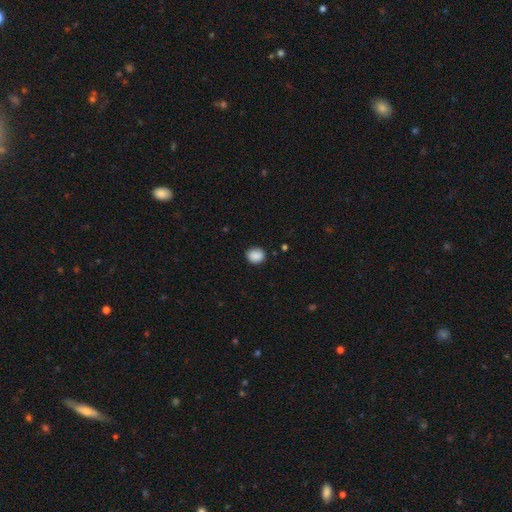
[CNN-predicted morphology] A smooth galaxy with no disk features (89%) that is round (70%). Merging: none (87%).